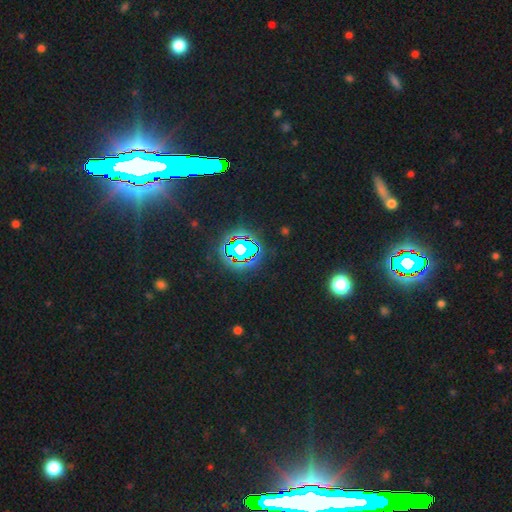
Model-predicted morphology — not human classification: type=star or artifact (84%).